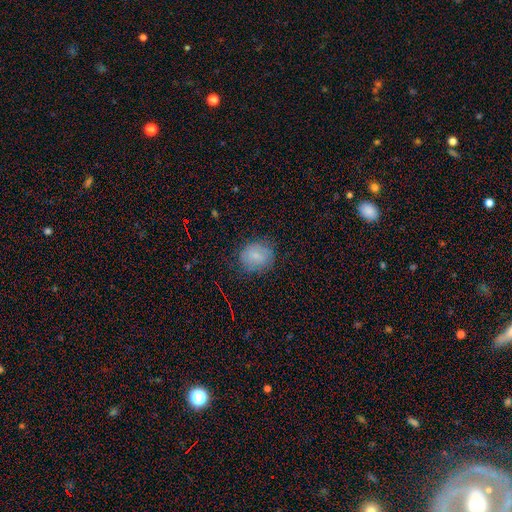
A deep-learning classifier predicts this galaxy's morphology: The model was most divided on "how rounded": round: 79%, in between: 20%, cigar-shaped: 1%. More confident: merging — none (79%); smooth or featured — smooth (77%).